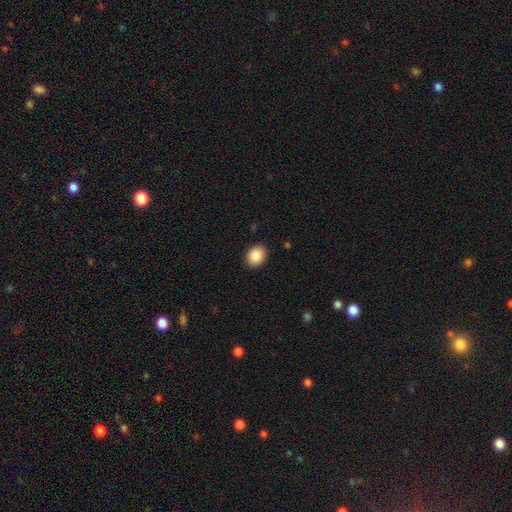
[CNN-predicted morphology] The model was most divided on "how rounded": in between: 55%, round: 44%, cigar-shaped: 1%. More confident: merging — none (90%); smooth or featured — smooth (87%).